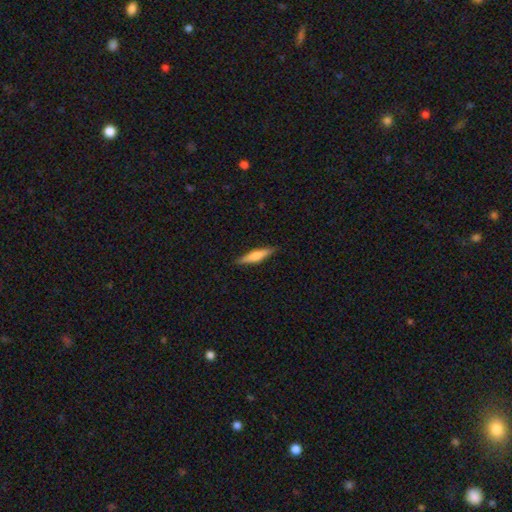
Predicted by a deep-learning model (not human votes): Morphology: type=smooth (48%); merging=none (88%).